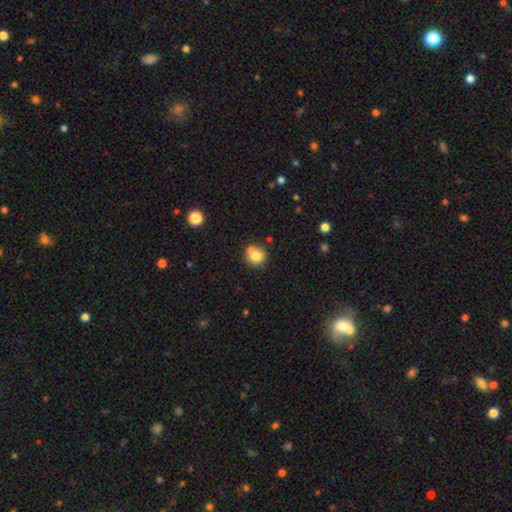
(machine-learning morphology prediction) This appears to be a smooth galaxy with no disk features (79%) that is round (90%). Merging: none (66%).